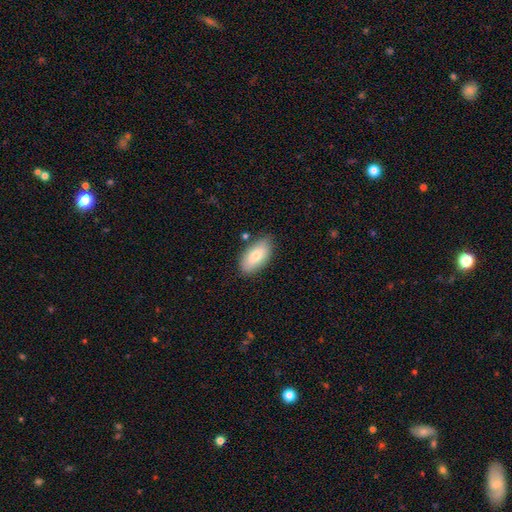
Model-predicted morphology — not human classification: A smooth galaxy with no disk features (78%) that is in between round and cigar-shaped (93%). Merging: none (78%).